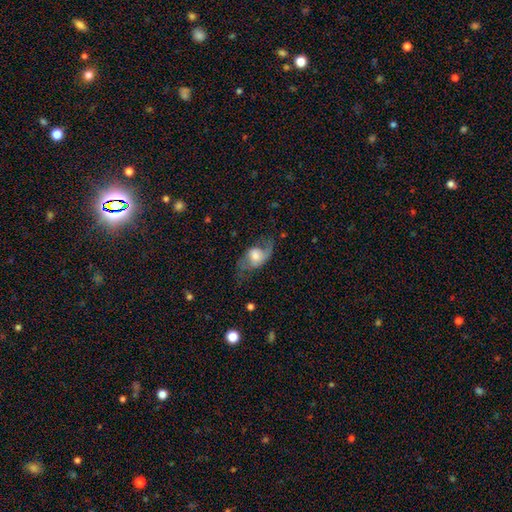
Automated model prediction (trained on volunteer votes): Smooth or featured: featured or disk — 61% (smooth — 31%)
Edge-on disk: no — 93% (yes — 7%)
Bar: no — 57% (weak — 34%)
Spiral arms: yes — 84% (no — 16%)
Bulge size: moderate — 42% (large — 33%)
Merging: none — 52% (minor disturbance — 23%)